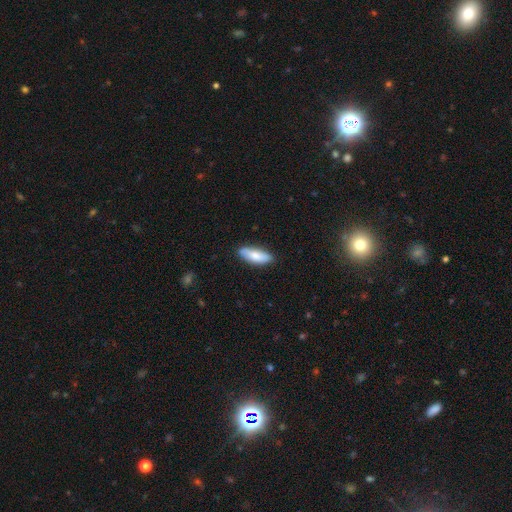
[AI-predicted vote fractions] Smooth or featured? smooth (78%)
How rounded? in between (61%)
Merging? none (84%)